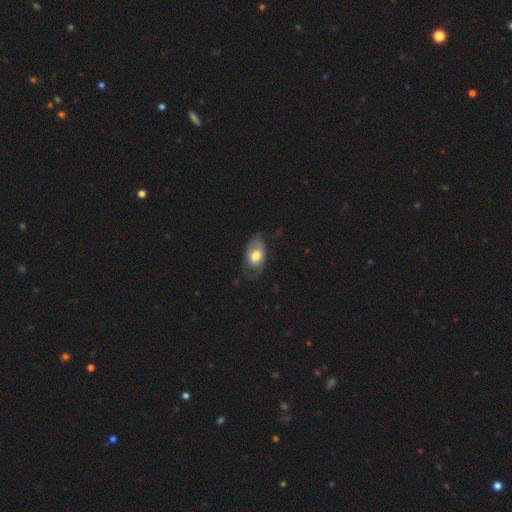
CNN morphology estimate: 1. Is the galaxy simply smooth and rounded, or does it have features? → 62% smooth, 31% featured or disk, 7% star or artifact.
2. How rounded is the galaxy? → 88% in between, 10% round, 2% cigar-shaped.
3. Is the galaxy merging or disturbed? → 53% none, 30% minor disturbance, 16% major disturbance, 1% merger.